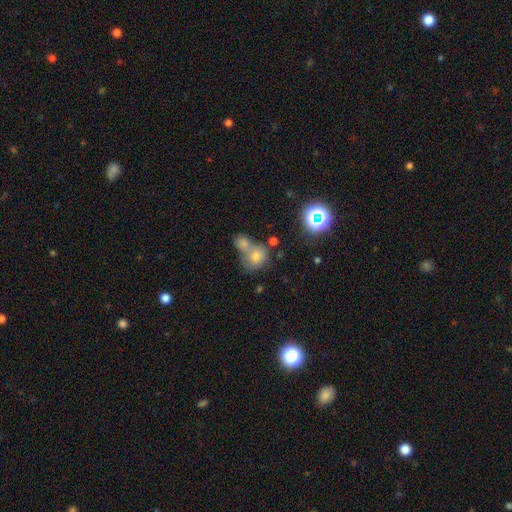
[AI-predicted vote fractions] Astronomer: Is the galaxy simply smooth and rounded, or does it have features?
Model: smooth — 67%.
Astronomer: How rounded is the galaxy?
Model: round — 69%.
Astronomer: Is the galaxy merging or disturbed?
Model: merger — 55% (runner-up: none, 32%).